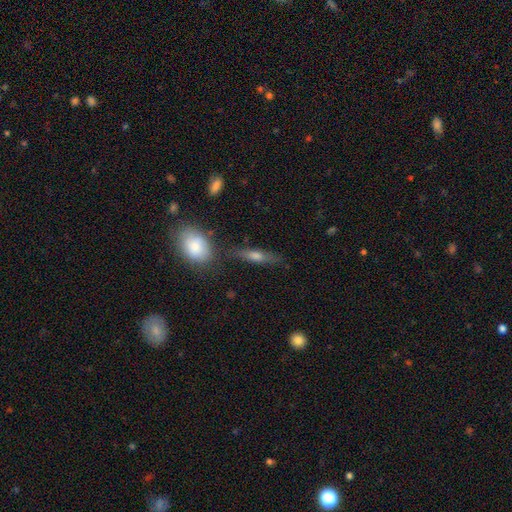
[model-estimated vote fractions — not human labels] smooth_or_featured: featured or disk (p=0.50) [alt: smooth p=0.39]
merging: none (p=0.77) [alt: minor disturbance p=0.14]